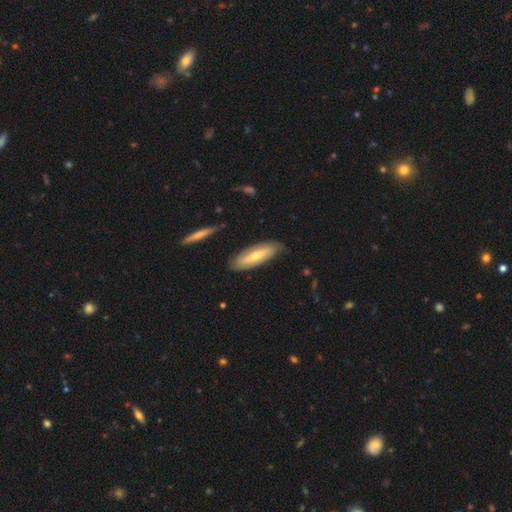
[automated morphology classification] The model was most divided on "smooth or featured" (2-way tie): featured or disk: 47%, smooth: 47%, star or artifact: 6%. More confident: merging — none (81%).